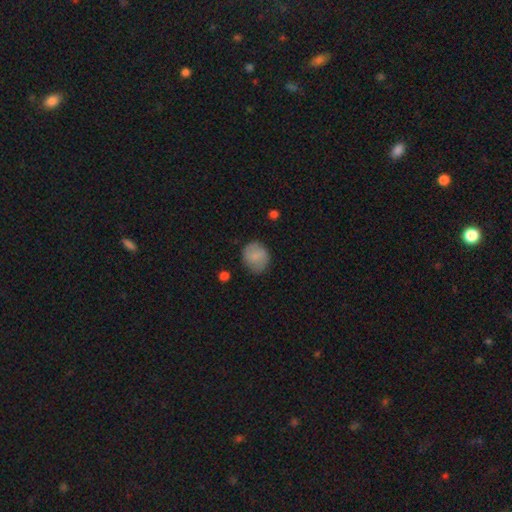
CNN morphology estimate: Overall: smooth (72%). How rounded: round (78%). Merging: none (79%).